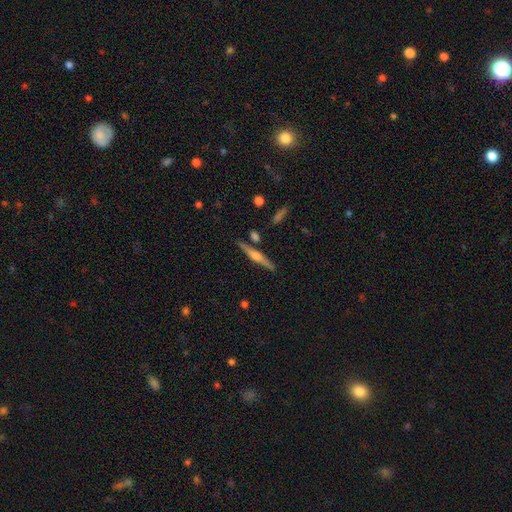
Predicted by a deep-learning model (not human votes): The model was most divided on "smooth or featured": featured or disk: 70%, smooth: 23%, star or artifact: 6%. More confident: edge-on disk — yes (97%); edge-on bulge — rounded (86%); merging — none (85%).